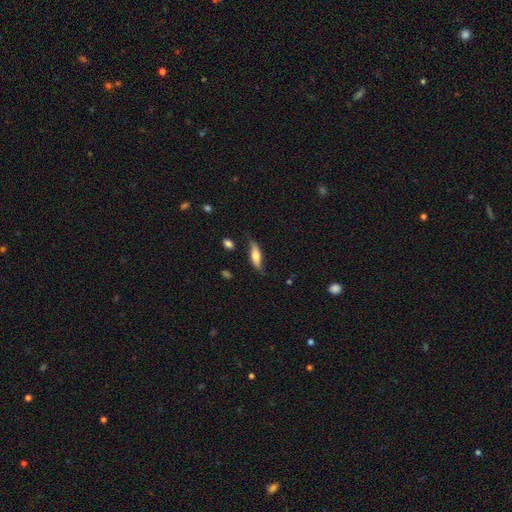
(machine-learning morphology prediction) Smooth or featured: smooth — 53% (featured or disk — 41%)
How rounded: in between — 53% (cigar-shaped — 44%)
Merging: none — 65% (minor disturbance — 25%)